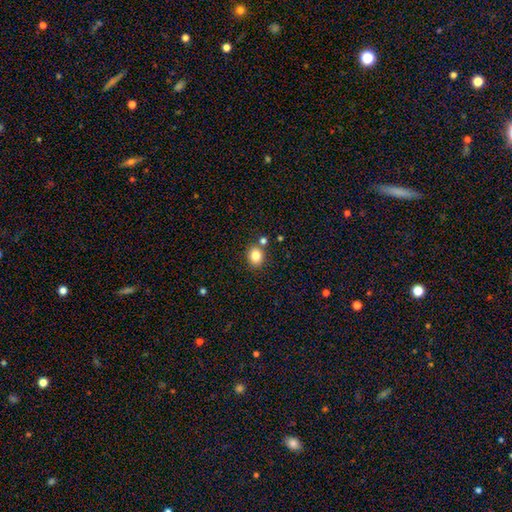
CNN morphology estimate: Smooth or featured? smooth (83%)
How rounded? round (61%)
Merging? none (77%)